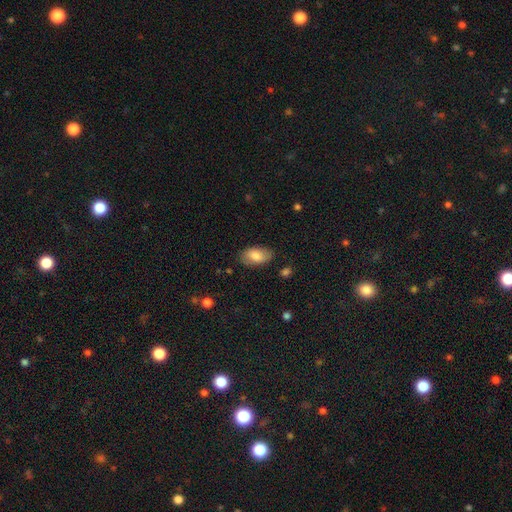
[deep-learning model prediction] Smooth or featured?
  - smooth: 80% *
  - featured or disk: 14%
  - star or artifact: 7%
How rounded?
  - in between: 94% *
  - round: 4%
  - cigar-shaped: 2%
Merging?
  - none: 81% *
  - minor disturbance: 14%
  - major disturbance: 3%
  - merger: 1%